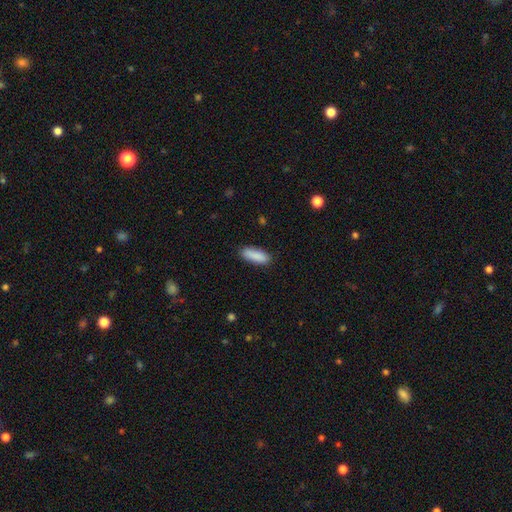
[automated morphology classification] Q: Smooth or featured?
A: smooth (89%); runner-up: star or artifact (6%)
Q: How rounded?
A: in between (60%); runner-up: cigar-shaped (38%)
Q: Merging?
A: none (87%); runner-up: minor disturbance (10%)